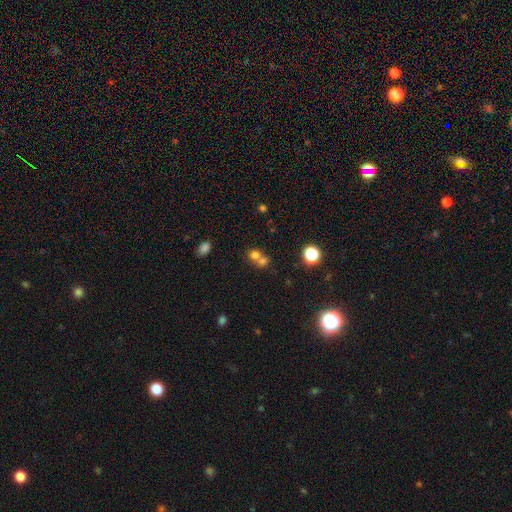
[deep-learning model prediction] This is likely a smooth galaxy (69%). How rounded: likely round (80%). Merging: possibly merger (54%).